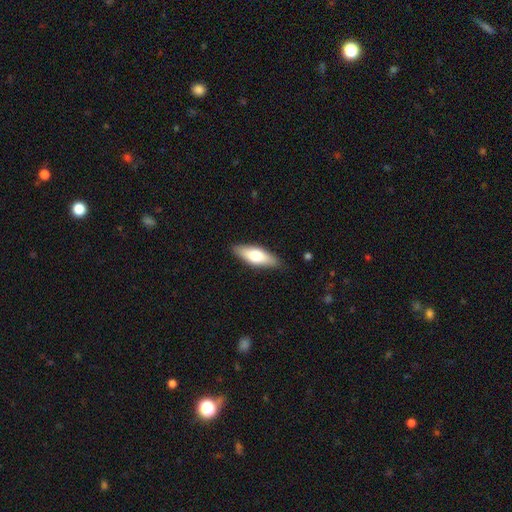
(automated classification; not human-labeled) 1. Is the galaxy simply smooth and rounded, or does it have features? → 62% smooth, 32% featured or disk, 6% star or artifact.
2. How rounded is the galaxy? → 61% in between, 37% cigar-shaped, 2% round.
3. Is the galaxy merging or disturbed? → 87% none, 10% minor disturbance, 2% major disturbance, 1% merger.